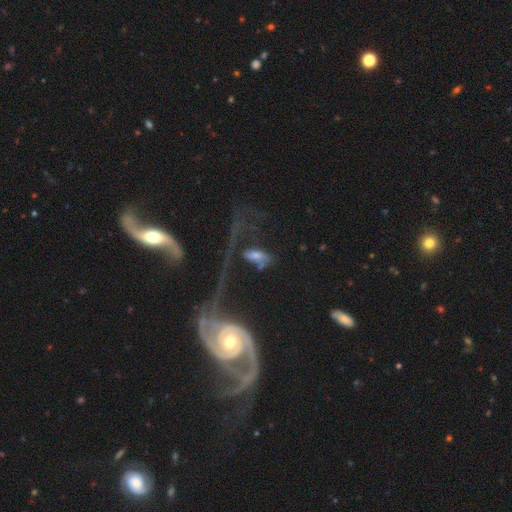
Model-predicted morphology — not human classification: type=featured or disk (57%); edge-on=no (84%); merging=major disturbance (36%).